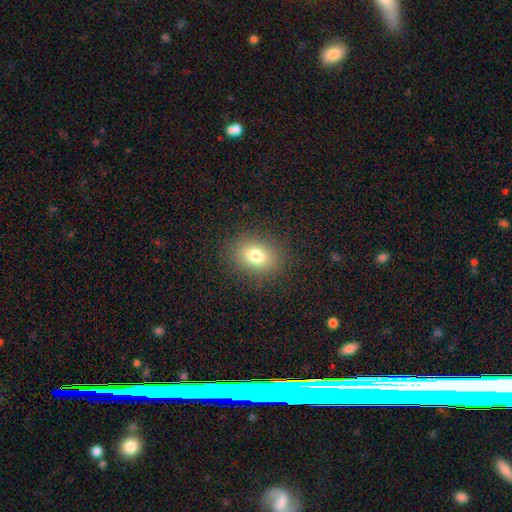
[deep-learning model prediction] A smooth galaxy with no disk features (77%) that is in between round and cigar-shaped (62%). Merging: none (87%).